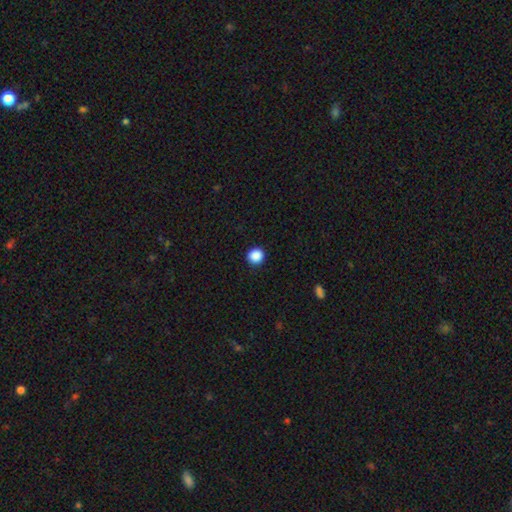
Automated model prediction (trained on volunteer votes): Smooth or featured? smooth (88%)
How rounded? round (93%)
Merging? none (93%)